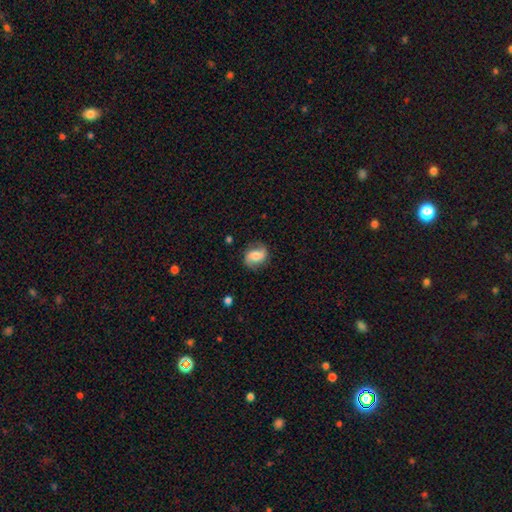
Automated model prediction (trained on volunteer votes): smooth-or-featured: featured or disk: 58% | smooth: 34% | star or artifact: 8%
  disk-edge-on: no: 97% | yes: 3%
    bar: no: 44% | weak: 38% | strong: 18%
    has-spiral-arms: yes: 90% | no: 10%
      spiral-winding: loose: 53% | medium: 34% | tight: 14%
      spiral-arm-count: 2: 90% | can't tell: 4% | 1: 3% | 3: 1% | 4: 1% | more than 4: 1%
    bulge-size: moderate: 55% | small: 24% | large: 14% | none: 5% | dominant: 2%
  merging: none: 80% | minor disturbance: 14% | major disturbance: 4% | merger: 1%